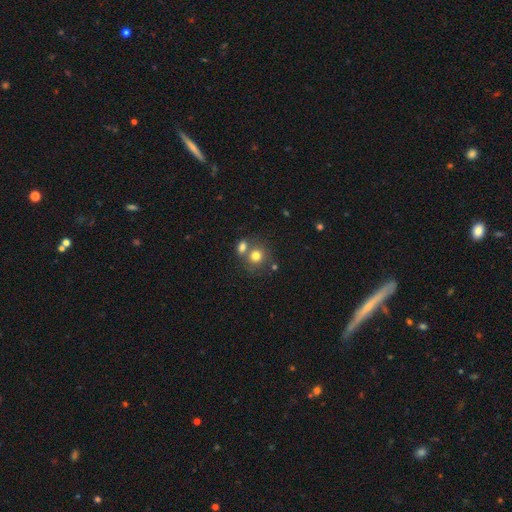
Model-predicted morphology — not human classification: smooth_or_featured: smooth (p=0.77) [alt: star or artifact p=0.12]
how_rounded: round (p=0.79) [alt: in between p=0.21]
merging: none (p=0.49) [alt: merger p=0.37]